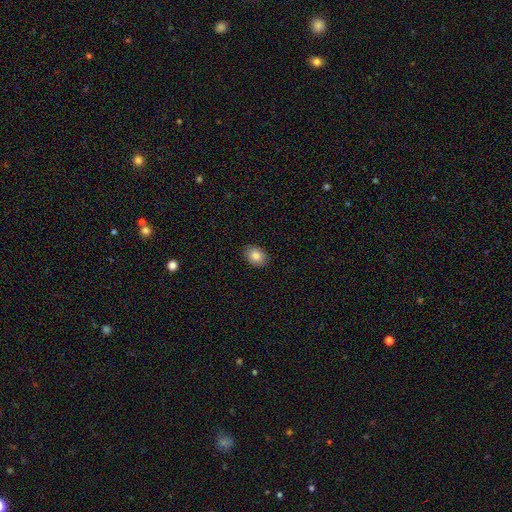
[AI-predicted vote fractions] Q: Smooth or featured?
A: smooth (85%); runner-up: star or artifact (8%)
Q: How rounded?
A: in between (73%); runner-up: round (26%)
Q: Merging?
A: none (89%); runner-up: minor disturbance (8%)